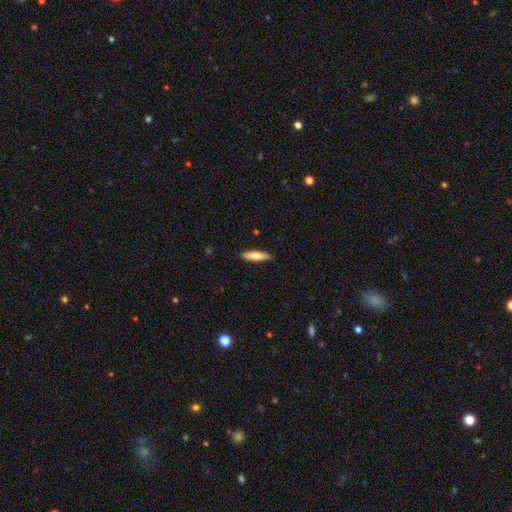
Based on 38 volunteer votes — smooth_or_featured: smooth (p=0.79) [alt: featured or disk p=0.21]
how_rounded: cigar-shaped (p=0.67) [alt: in between p=0.30]
merging: none (p=0.89) [alt: minor disturbance p=0.05]